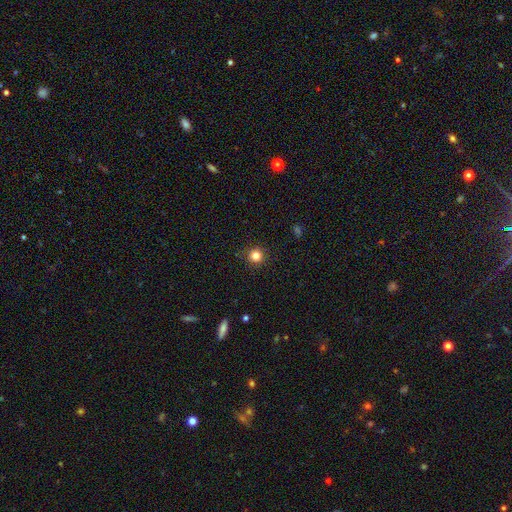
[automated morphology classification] smooth 82%, star or artifact 13%, featured or disk 5%. Down the decision tree: how rounded — round (95%); merging — none (91%).